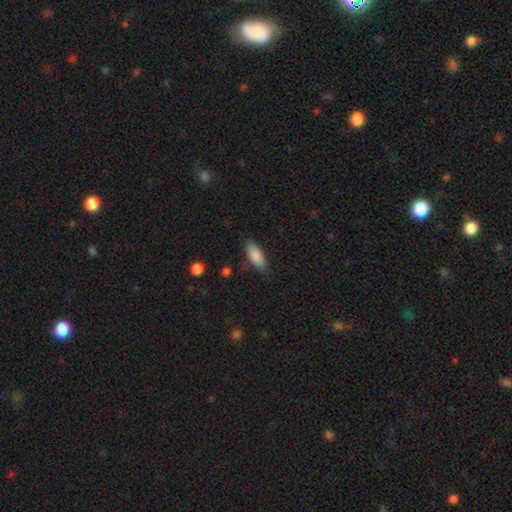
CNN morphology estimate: type=smooth (87%); roundness=in between (84%); merging=none (80%).